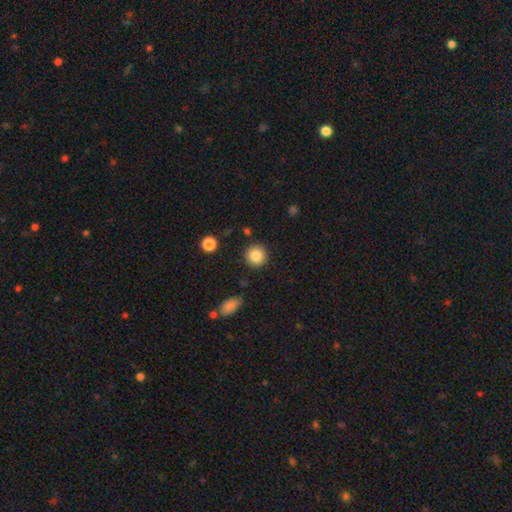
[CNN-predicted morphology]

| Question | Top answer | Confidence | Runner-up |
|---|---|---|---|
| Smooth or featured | smooth | 85% | star or artifact (9%) |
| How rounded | round | 93% | in between (6%) |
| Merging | none | 89% | minor disturbance (7%) |